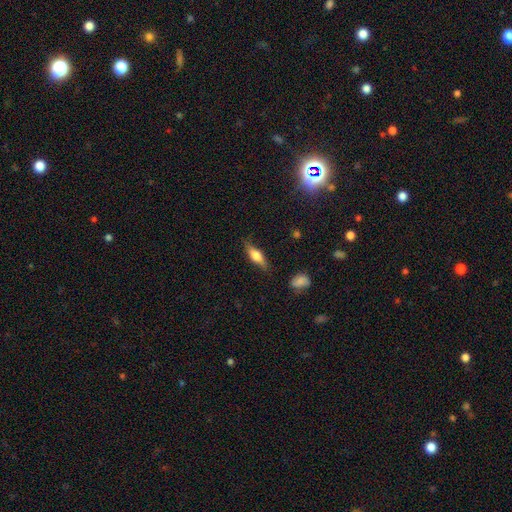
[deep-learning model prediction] Smooth or featured? Predicted: smooth (p=0.51). How rounded? Predicted: in between (p=0.48, tied with cigar-shaped). Merging? Predicted: none (p=0.79).